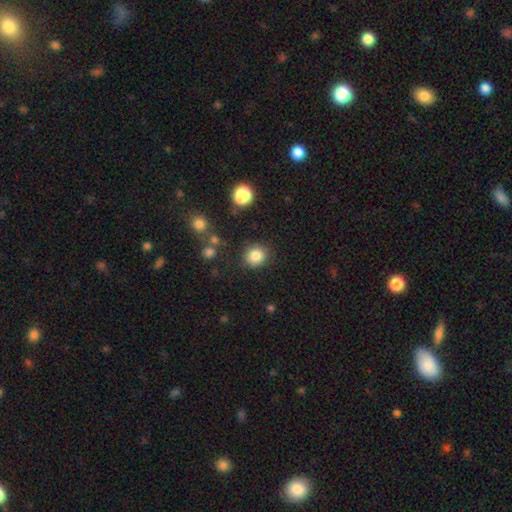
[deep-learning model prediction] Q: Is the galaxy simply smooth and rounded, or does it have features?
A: smooth — 84%.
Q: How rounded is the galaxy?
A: round — 84%.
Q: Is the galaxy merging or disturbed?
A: none — 86%.